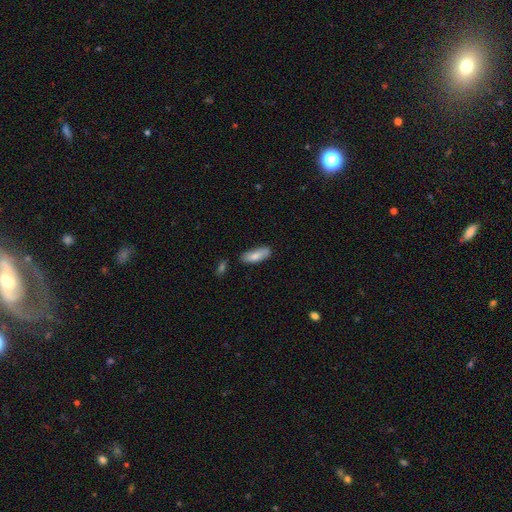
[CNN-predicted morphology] The model was most divided on "how rounded": in between: 69%, cigar-shaped: 29%, round: 2%. More confident: smooth or featured — smooth (78%); merging — none (75%).